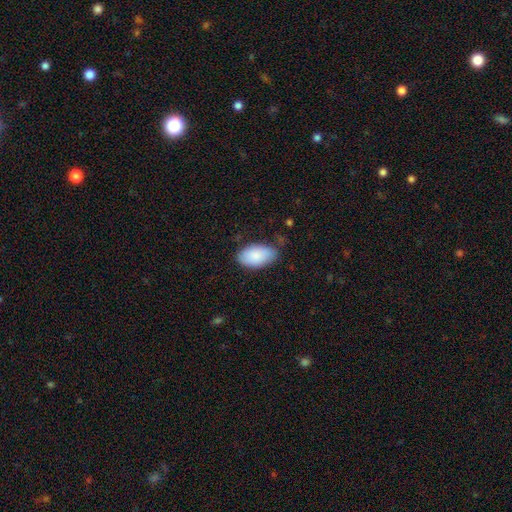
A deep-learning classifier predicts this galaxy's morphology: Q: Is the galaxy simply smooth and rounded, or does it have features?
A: smooth — 87%.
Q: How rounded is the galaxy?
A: in between — 95%.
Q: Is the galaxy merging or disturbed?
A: none — 71%.